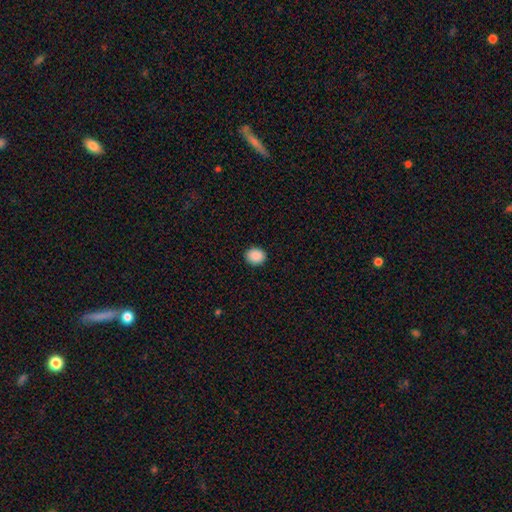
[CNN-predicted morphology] smooth-or-featured: smooth: 89% | star or artifact: 8% | featured or disk: 2%
  how-rounded: round: 71% | in between: 28% | cigar-shaped: 1%
  merging: none: 90% | minor disturbance: 7% | major disturbance: 2% | merger: 1%